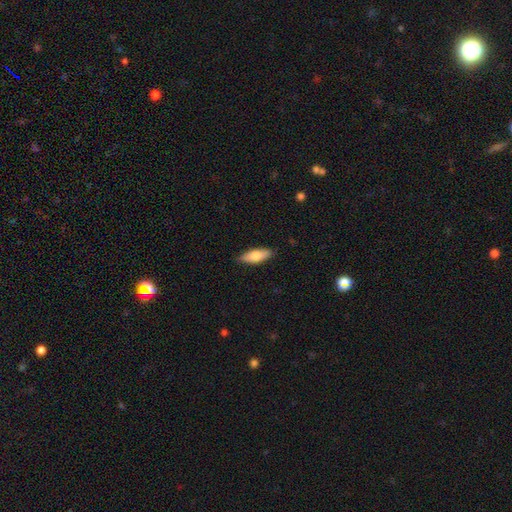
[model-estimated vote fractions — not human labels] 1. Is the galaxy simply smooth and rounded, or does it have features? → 76% smooth, 18% featured or disk, 6% star or artifact.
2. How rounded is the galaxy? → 66% in between, 32% cigar-shaped, 2% round.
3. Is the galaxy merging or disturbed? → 86% none, 11% minor disturbance, 2% major disturbance, 1% merger.